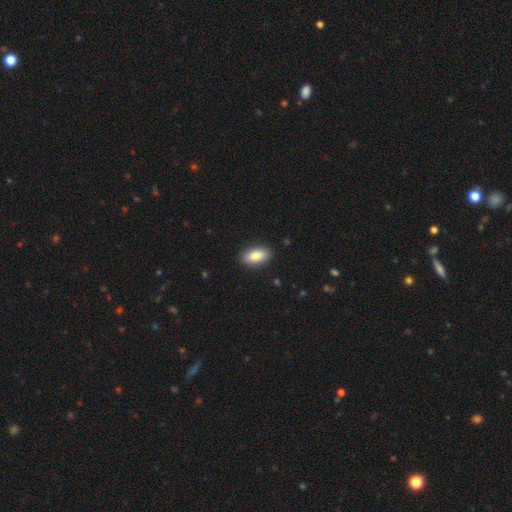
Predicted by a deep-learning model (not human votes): The model was most divided on "smooth or featured": smooth: 86%, featured or disk: 8%, star or artifact: 7%. More confident: how rounded — in between (91%); merging — none (89%).